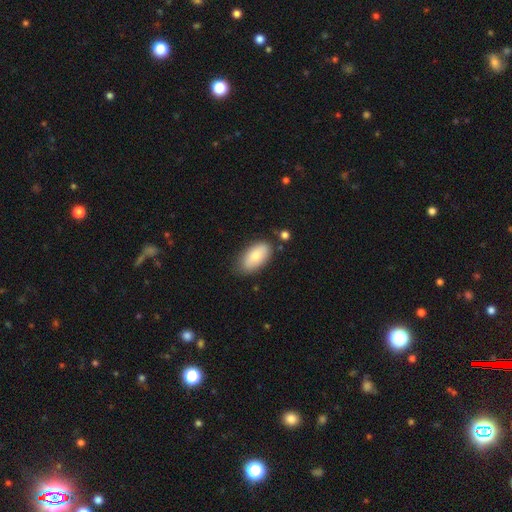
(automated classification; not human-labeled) The model was most divided on "merging": none: 75%, minor disturbance: 17%, major disturbance: 4%, merger: 4%. More confident: how rounded — in between (93%); smooth or featured — smooth (78%).